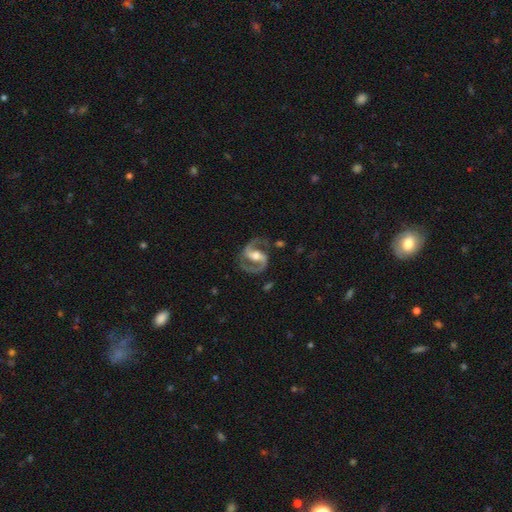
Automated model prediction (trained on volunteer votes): This is clearly a featured or disk galaxy (92%). It is clearly not viewed edge-on (98%). Bar: marginally strong (43%). Spiral arm pattern: clearly yes (98%). Spiral arm count: clearly 2 (94%). Spiral winding: likely medium (65%). Central bulge: likely moderate (66%). Merging: likely none (80%).